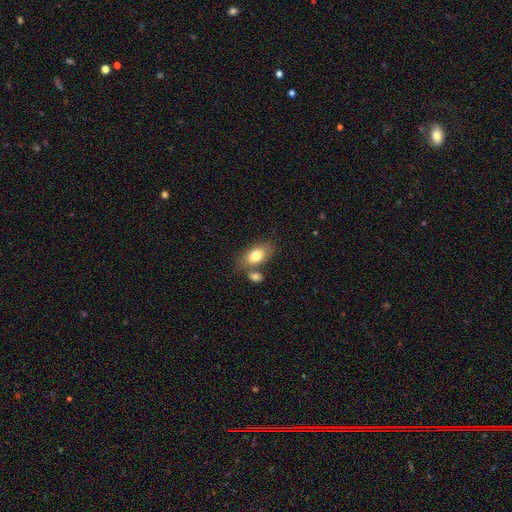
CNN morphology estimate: Q: Smooth or featured?
A: smooth (78%); runner-up: featured or disk (14%)
Q: How rounded?
A: in between (88%); runner-up: round (9%)
Q: Merging?
A: none (60%); runner-up: merger (22%)